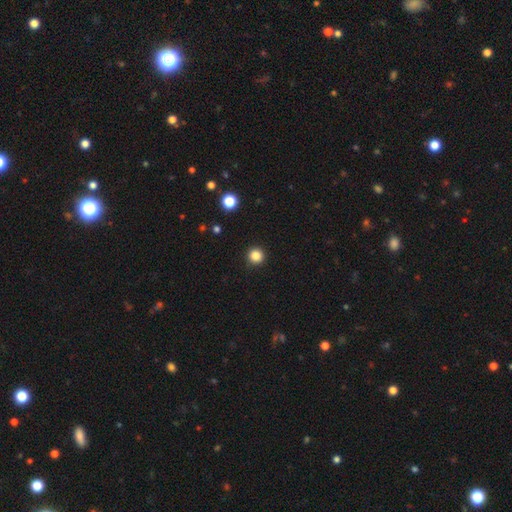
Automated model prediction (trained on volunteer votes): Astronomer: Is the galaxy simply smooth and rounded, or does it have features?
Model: smooth — 85%.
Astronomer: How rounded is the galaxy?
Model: round — 96%.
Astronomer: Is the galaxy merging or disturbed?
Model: none — 93%.